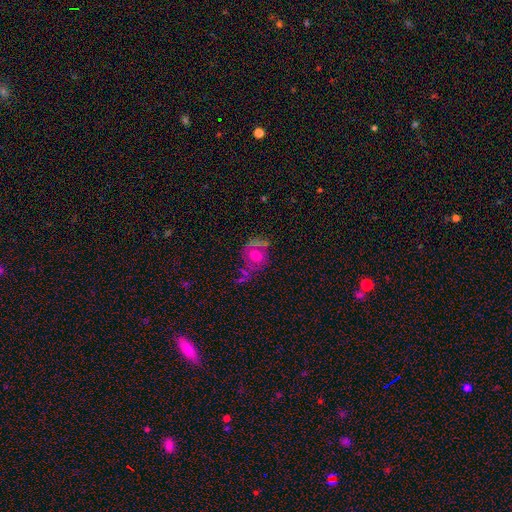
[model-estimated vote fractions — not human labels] Q: Smooth or featured?
A: smooth (49%); runner-up: featured or disk (40%)
Q: Merging?
A: none (50%); runner-up: minor disturbance (20%)